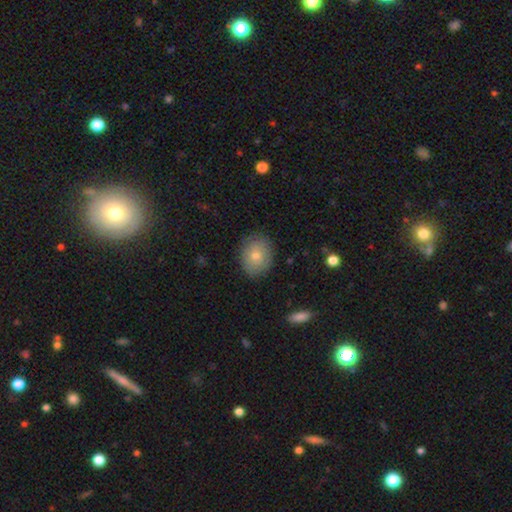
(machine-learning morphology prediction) This appears to be a smooth galaxy with no disk features (72%) that is in between round and cigar-shaped (54%). Merging: none (84%).